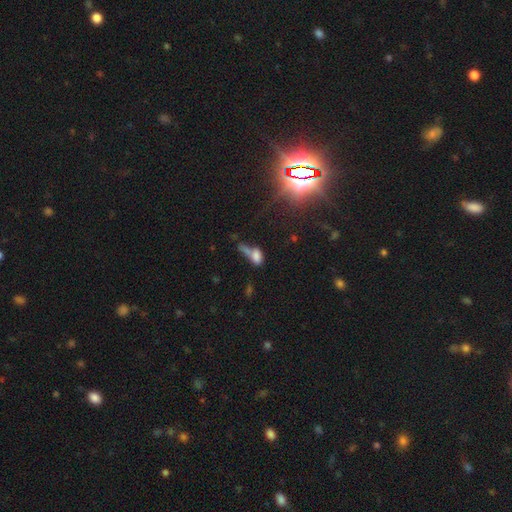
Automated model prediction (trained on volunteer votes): This is likely a smooth galaxy (66%). How rounded: likely in between (78%). Merging: possibly merger (46%).